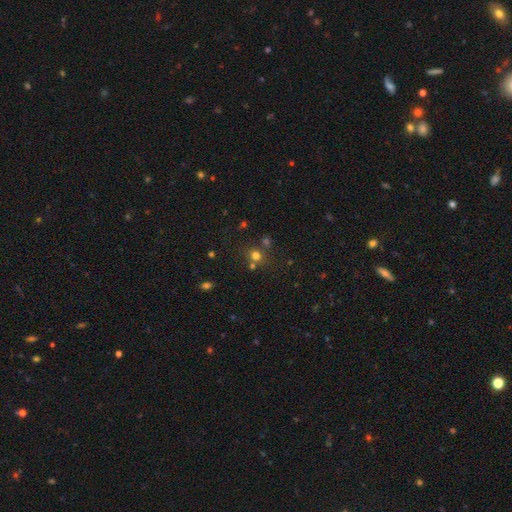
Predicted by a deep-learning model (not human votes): smooth 66%, star or artifact 25%, featured or disk 9%. Down the decision tree: how rounded — round (83%); merging — none (65%).